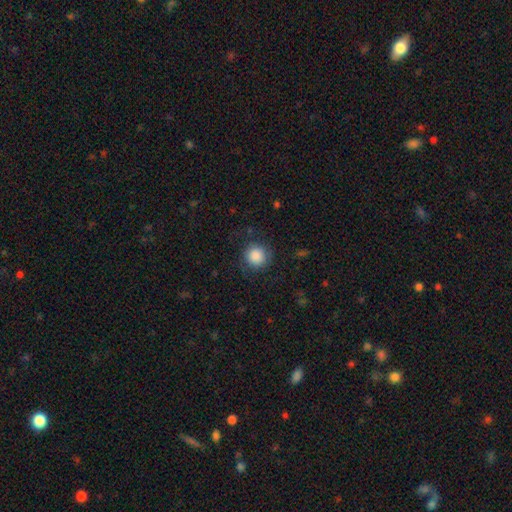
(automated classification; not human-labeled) smooth-or-featured: smooth: 86% | star or artifact: 8% | featured or disk: 6%
  how-rounded: round: 94% | in between: 5% | cigar-shaped: 1%
  merging: none: 82% | minor disturbance: 11% | major disturbance: 6% | merger: 1%